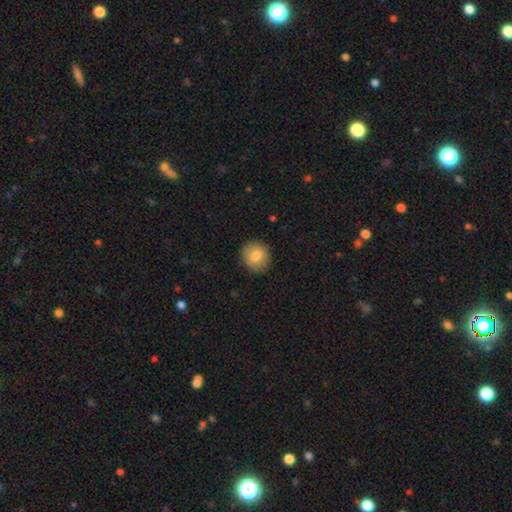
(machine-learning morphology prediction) A smooth galaxy with no disk features (80%) that is round (85%).

Vote fractions:
- Smooth or featured? smooth: 80% / featured or disk: 12% / star or artifact: 8%
- How rounded? round: 85% / in between: 14% / cigar-shaped: 1%
- Merging? none: 89% / minor disturbance: 8% / major disturbance: 2% / merger: 1%